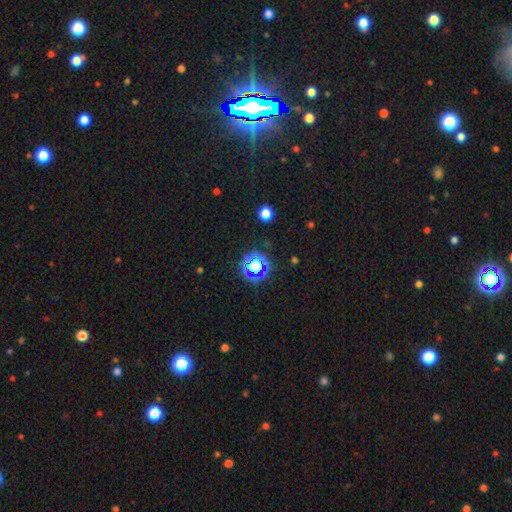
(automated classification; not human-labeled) star or artifact 78%, smooth 15%, featured or disk 7%.